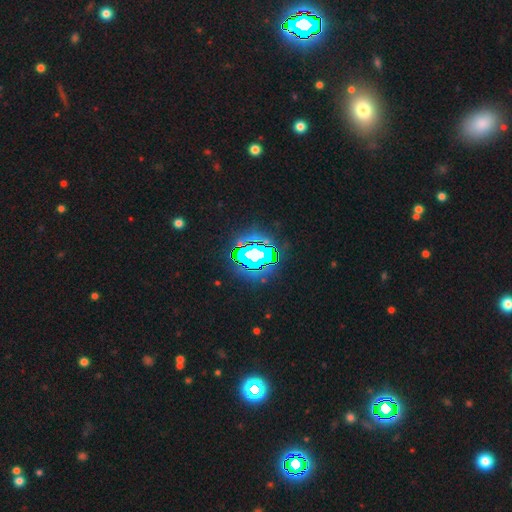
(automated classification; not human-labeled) Smooth or featured? Predicted: star or artifact (p=0.72).